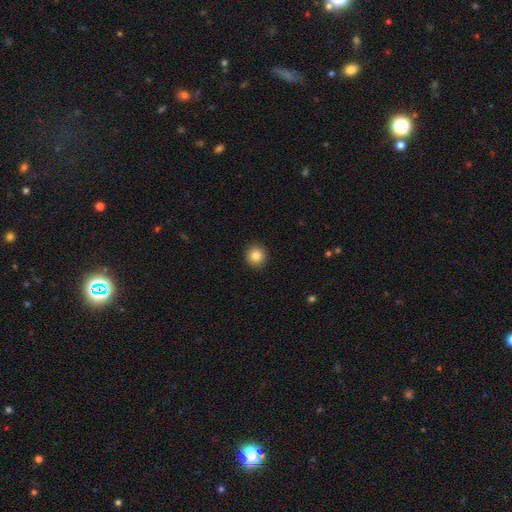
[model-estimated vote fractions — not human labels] This appears to be a smooth galaxy with no disk features (85%) that is round (93%). Merging: none (92%).